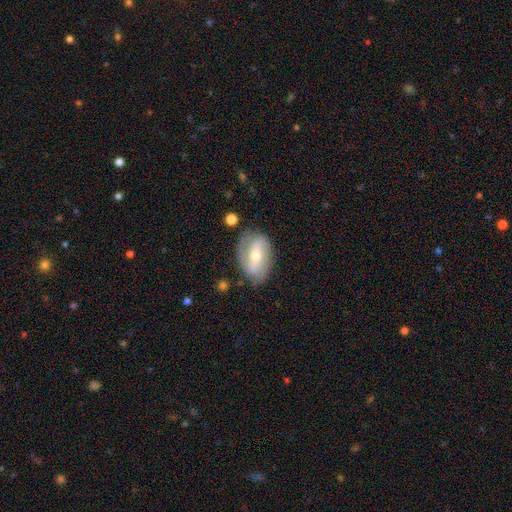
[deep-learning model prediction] Smooth or featured? featured or disk (63%)
Edge-on disk? no (93%)
Bar? weak (36%)
Spiral arms? yes (76%)
Bulge size? moderate (51%)
Merging? none (72%)